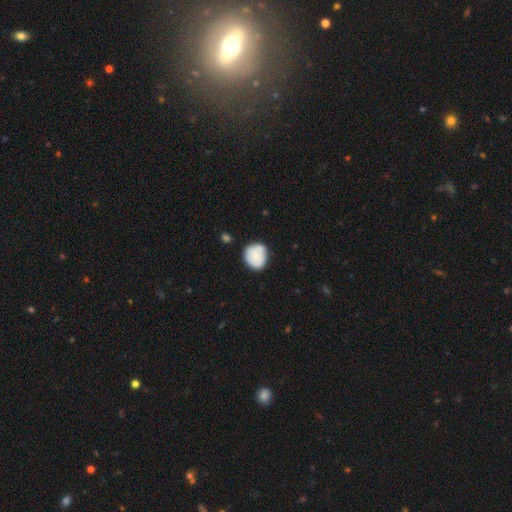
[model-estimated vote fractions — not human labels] This appears to be a smooth galaxy with no disk features (79%) that is round (79%). Merging: none (74%).